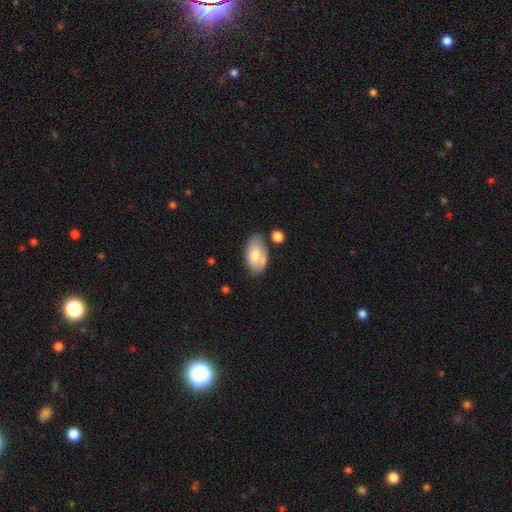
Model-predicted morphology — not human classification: This appears to be a smooth galaxy with no disk features (72%) that is in between round and cigar-shaped (94%). Merging: none (59%).